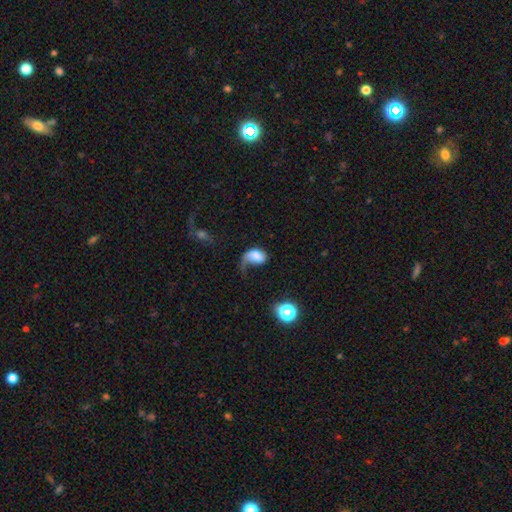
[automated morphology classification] A smooth galaxy with no disk features (60%) that is in between round and cigar-shaped (78%).

Vote fractions:
- Smooth or featured? smooth: 60% / featured or disk: 30% / star or artifact: 10%
- How rounded? in between: 78% / round: 21% / cigar-shaped: 2%
- Merging? major disturbance: 52% / none: 21% / minor disturbance: 21% / merger: 6%